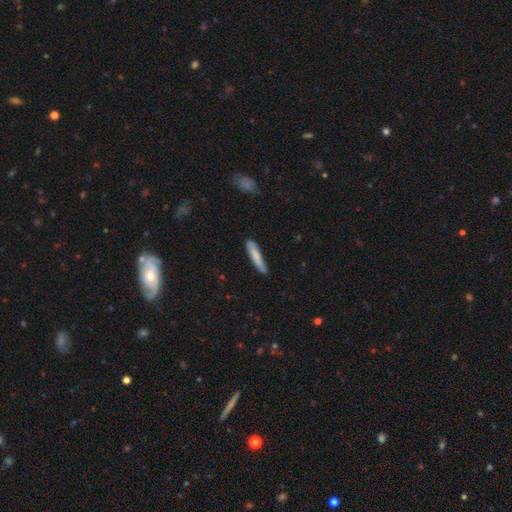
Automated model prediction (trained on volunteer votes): The model was most divided on "merging": none: 75%, minor disturbance: 20%, major disturbance: 3%, merger: 2%. More confident: how rounded — cigar-shaped (89%); smooth or featured — smooth (78%).